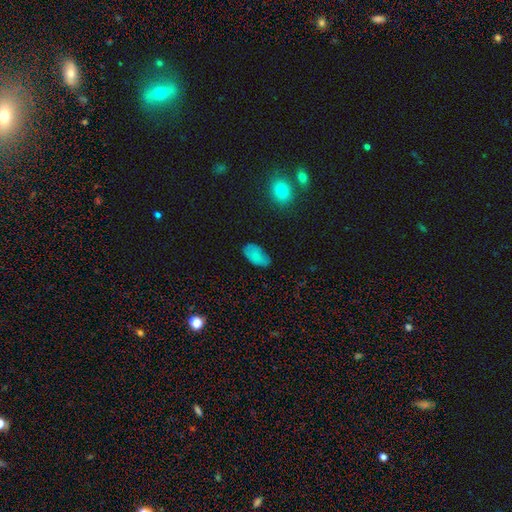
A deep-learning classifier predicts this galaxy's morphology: smooth_or_featured: smooth (p=0.78) [alt: featured or disk p=0.13]
how_rounded: in between (p=0.94) [alt: round p=0.05]
merging: none (p=0.71) [alt: minor disturbance p=0.23]